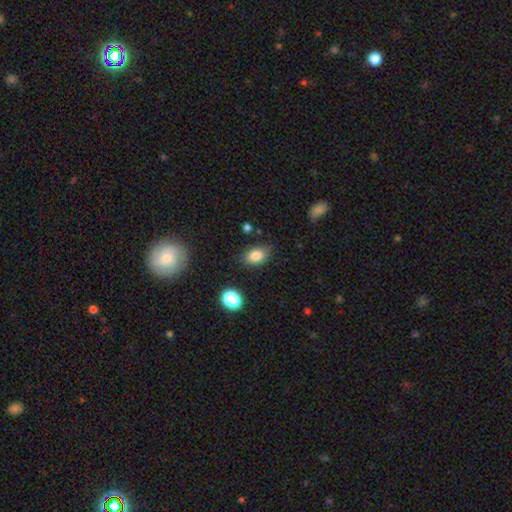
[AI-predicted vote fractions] A smooth galaxy with no disk features (82%) that is in between round and cigar-shaped (83%). Merging: none (80%).